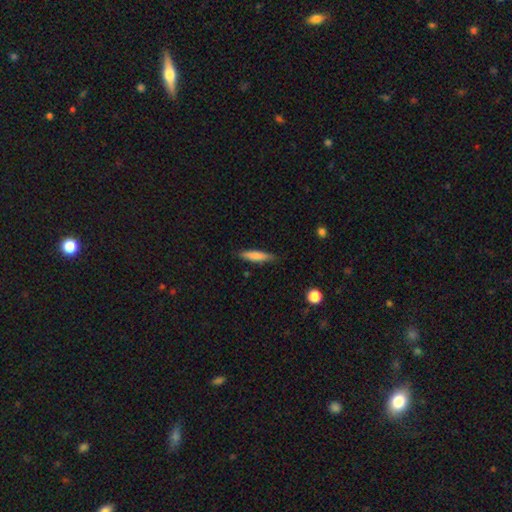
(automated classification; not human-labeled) Morphology: type=smooth (77%); roundness=cigar-shaped (82%); merging=none (83%).